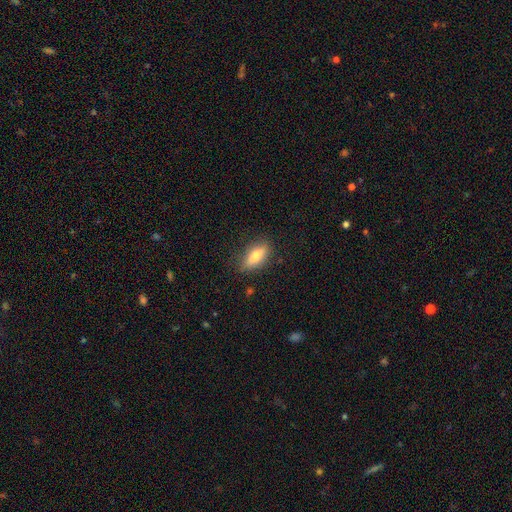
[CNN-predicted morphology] A smooth galaxy with no disk features (63%) that is in between round and cigar-shaped (61%). Merging: none (82%).